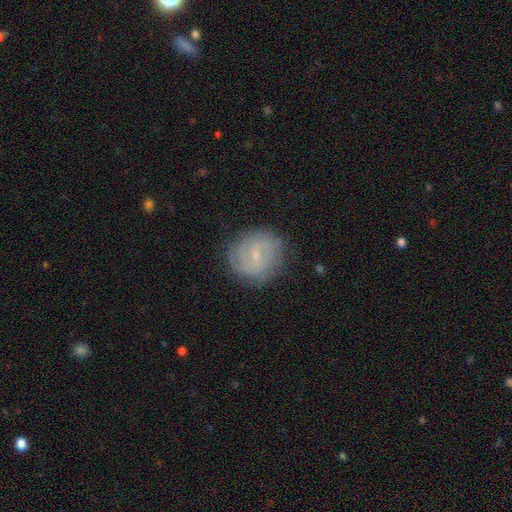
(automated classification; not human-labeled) smooth_or_featured: featured or disk (p=0.67) [alt: smooth p=0.25]
disk_edge_on: no (p=0.97) [alt: yes p=0.03]
bar: weak (p=0.59) [alt: no p=0.26]
has_spiral_arms: yes (p=0.87) [alt: no p=0.13]
spiral_winding: tight (p=0.56) [alt: medium p=0.33]
spiral_arm_count: can't tell (p=0.41) [alt: 2 p=0.35]
bulge_size: small (p=0.73) [alt: moderate p=0.14]
merging: none (p=0.79) [alt: minor disturbance p=0.15]